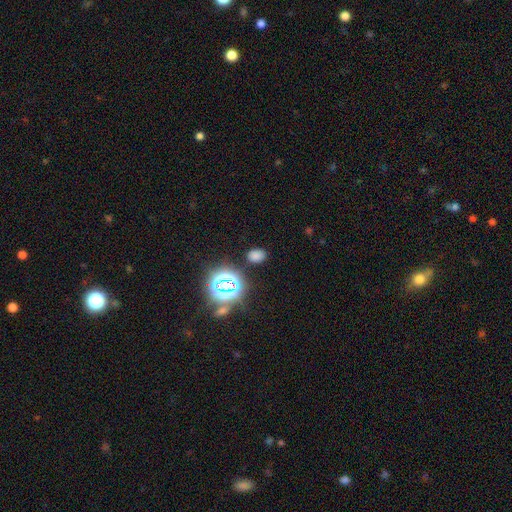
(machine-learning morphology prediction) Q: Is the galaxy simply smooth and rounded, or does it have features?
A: smooth — 68%.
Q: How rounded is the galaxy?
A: in between — 72%.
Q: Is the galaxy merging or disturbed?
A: none — 84%.